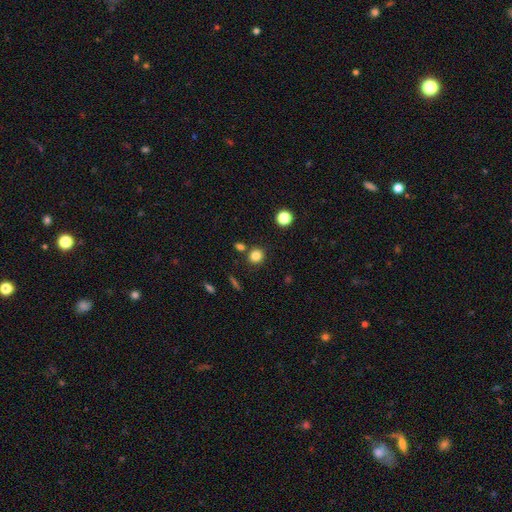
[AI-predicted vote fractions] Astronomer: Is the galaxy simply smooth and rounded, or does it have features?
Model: smooth — 82%.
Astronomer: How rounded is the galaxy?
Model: round — 86%.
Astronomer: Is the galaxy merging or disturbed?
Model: none — 82%.